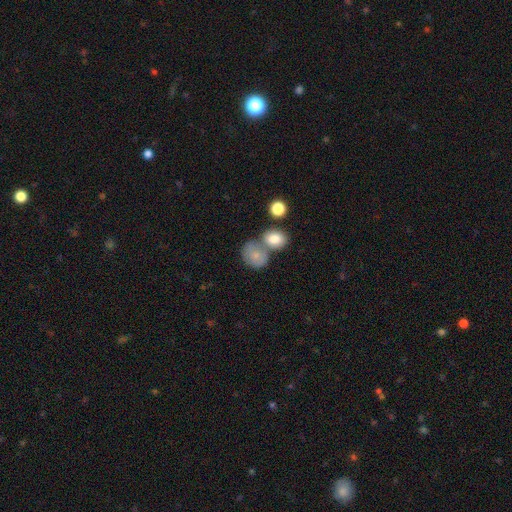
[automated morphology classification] smooth-or-featured: smooth: 75% | featured or disk: 16% | star or artifact: 9%
  how-rounded: round: 60% | in between: 39% | cigar-shaped: 1%
  merging: merger: 48% | none: 35% | minor disturbance: 12% | major disturbance: 5%